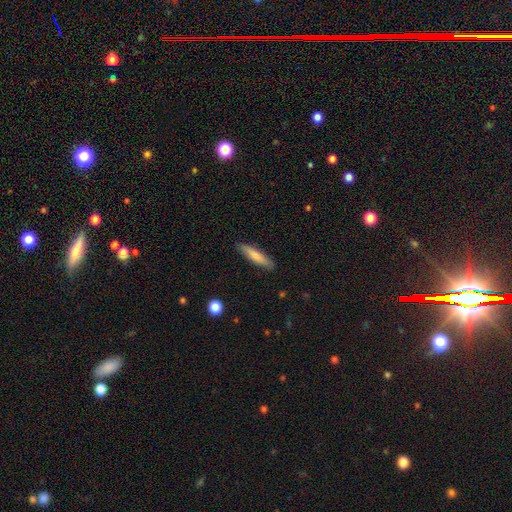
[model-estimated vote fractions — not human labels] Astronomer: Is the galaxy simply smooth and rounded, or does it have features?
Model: smooth — 77%.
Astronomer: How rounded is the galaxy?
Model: cigar-shaped — 83%.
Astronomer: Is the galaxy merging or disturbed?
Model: none — 88%.